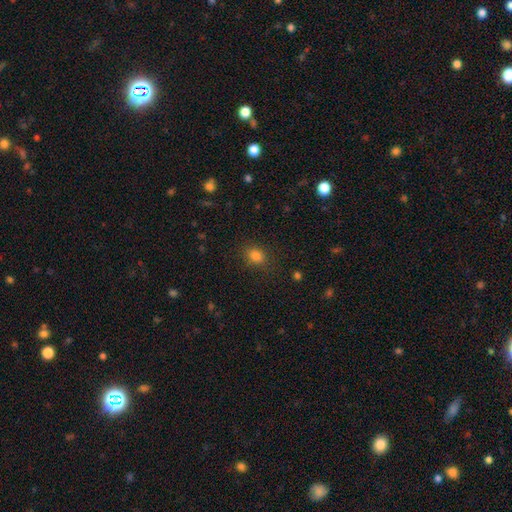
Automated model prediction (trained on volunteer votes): smooth 82%, star or artifact 13%, featured or disk 5%. Down the decision tree: how rounded — round (50%); merging — none (84%).